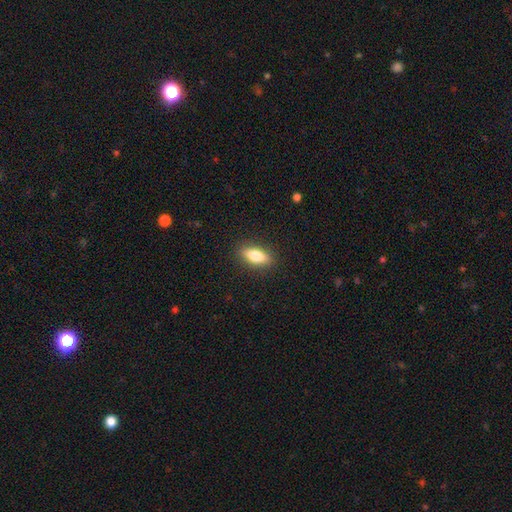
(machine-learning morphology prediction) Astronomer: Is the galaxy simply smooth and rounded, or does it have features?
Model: smooth — 75%.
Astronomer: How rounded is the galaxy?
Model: in between — 69%.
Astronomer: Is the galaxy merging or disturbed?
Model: none — 89%.